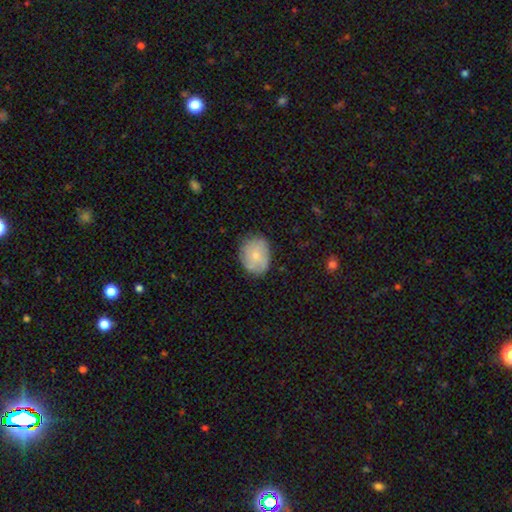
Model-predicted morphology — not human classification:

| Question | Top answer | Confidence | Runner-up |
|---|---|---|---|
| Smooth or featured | smooth | 68% | featured or disk (25%) |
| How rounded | in between | 57% | round (42%) |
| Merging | none | 74% | minor disturbance (20%) |